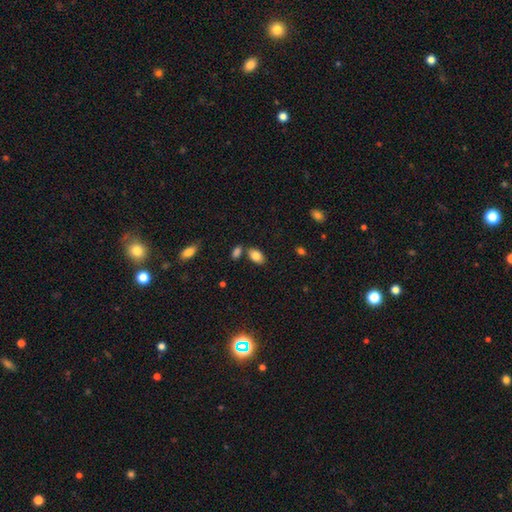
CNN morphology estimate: Q: Smooth or featured?
A: smooth (83%); runner-up: featured or disk (9%)
Q: How rounded?
A: in between (92%); runner-up: round (7%)
Q: Merging?
A: none (72%); runner-up: merger (14%)